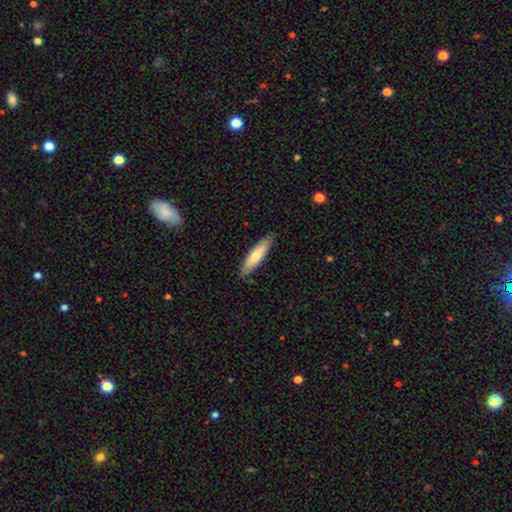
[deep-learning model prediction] A smooth galaxy with no disk features (70%) that is cigar-shaped (73%).

Vote fractions:
- Smooth or featured? smooth: 70% / featured or disk: 25% / star or artifact: 5%
- How rounded? cigar-shaped: 73% / in between: 25% / round: 1%
- Merging? none: 85% / minor disturbance: 12% / major disturbance: 2% / merger: 1%